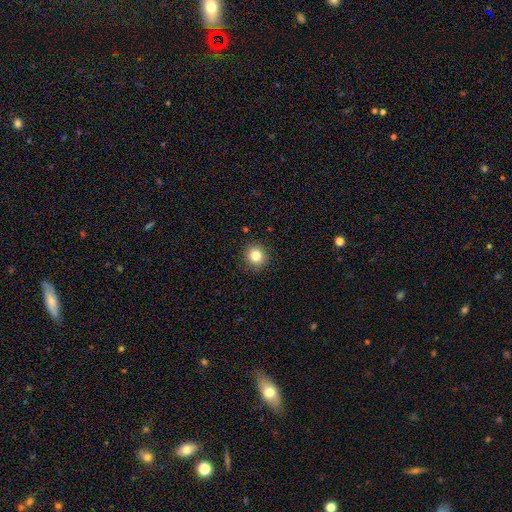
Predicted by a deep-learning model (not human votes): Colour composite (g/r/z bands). It shows a smooth galaxy with no disk features (82%) that is round (90%). Merging: none (90%).